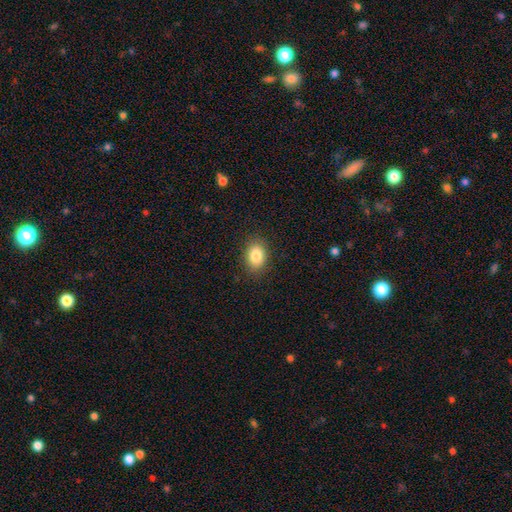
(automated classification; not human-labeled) A smooth galaxy with no disk features (85%) that is in between round and cigar-shaped (79%). Merging: none (87%).